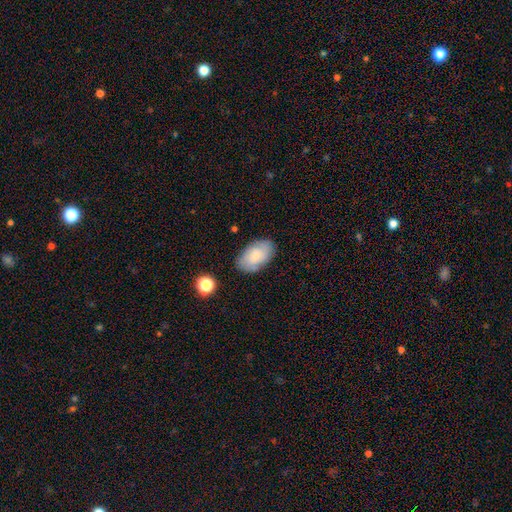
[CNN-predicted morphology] A smooth galaxy with no disk features (69%) that is in between round and cigar-shaped (93%). Merging: none (80%).